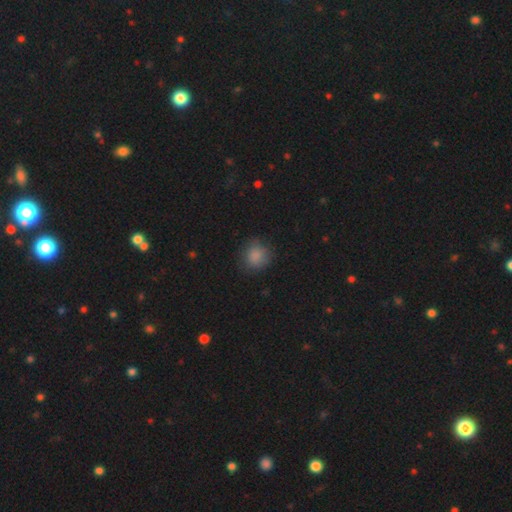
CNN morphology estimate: Smooth or featured?
  - smooth: 84% *
  - star or artifact: 9%
  - featured or disk: 6%
How rounded?
  - round: 81% *
  - in between: 18%
  - cigar-shaped: 1%
Merging?
  - none: 76% *
  - minor disturbance: 18%
  - major disturbance: 5%
  - merger: 1%